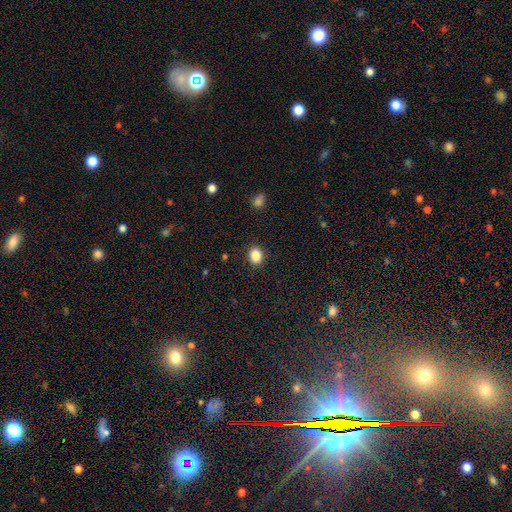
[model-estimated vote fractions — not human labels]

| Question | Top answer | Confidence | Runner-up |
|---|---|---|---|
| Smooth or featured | smooth | 86% | star or artifact (10%) |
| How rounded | round | 51% | in between (48%) |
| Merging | none | 90% | minor disturbance (7%) |